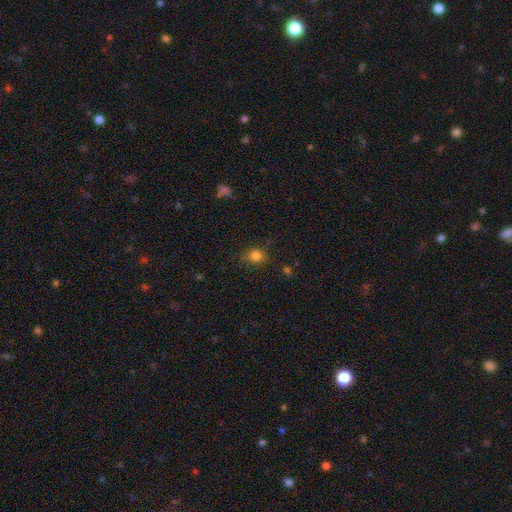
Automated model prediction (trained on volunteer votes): Smooth or featured: smooth — 80% (star or artifact — 14%)
How rounded: round — 75% (in between — 24%)
Merging: none — 76% (minor disturbance — 17%)